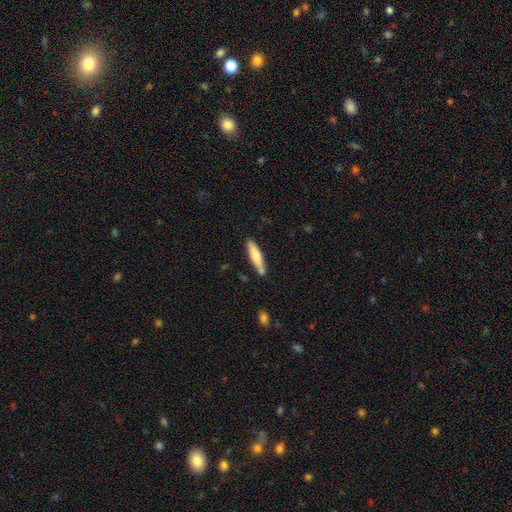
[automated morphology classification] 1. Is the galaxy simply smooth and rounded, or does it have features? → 68% smooth, 26% featured or disk, 5% star or artifact.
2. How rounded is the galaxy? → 79% cigar-shaped, 19% in between, 1% round.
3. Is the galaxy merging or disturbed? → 76% none, 15% minor disturbance, 7% merger, 3% major disturbance.